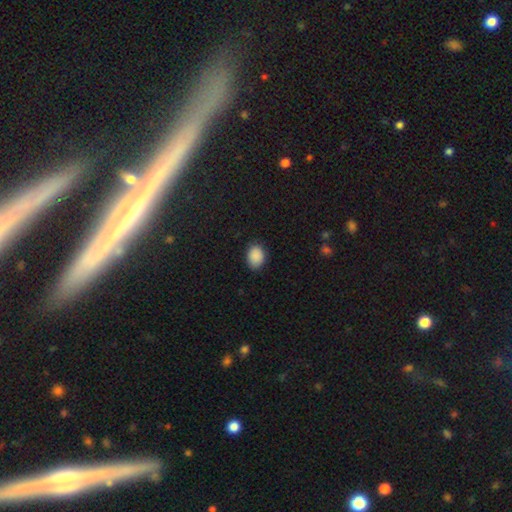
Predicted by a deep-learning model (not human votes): Overall: smooth (89%). How rounded: in between (68%; round 31%). Merging: none (84%).